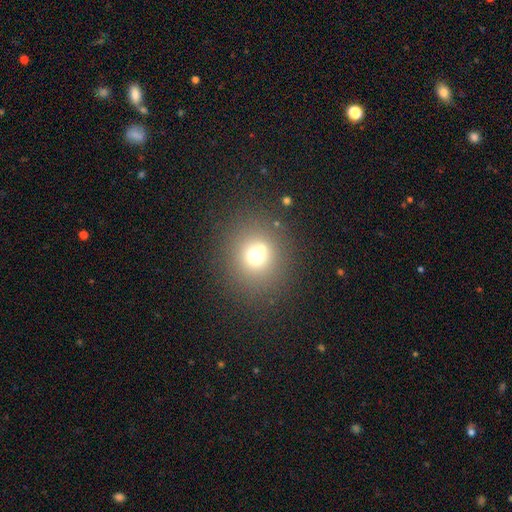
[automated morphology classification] type=smooth (66%); roundness=round (88%); merging=none (71%).